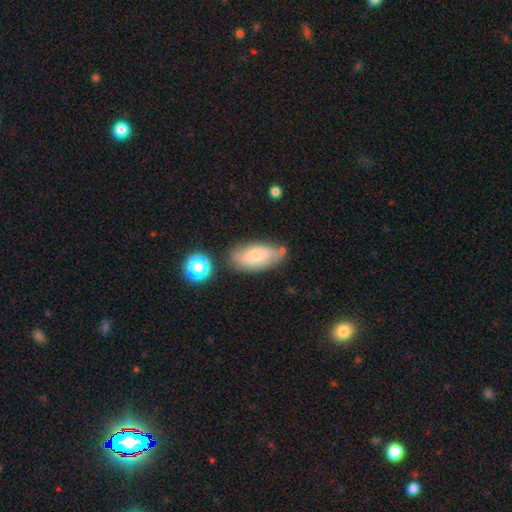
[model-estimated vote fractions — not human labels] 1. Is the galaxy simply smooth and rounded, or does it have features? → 66% smooth, 25% featured or disk, 9% star or artifact.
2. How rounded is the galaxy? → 88% in between, 8% cigar-shaped, 4% round.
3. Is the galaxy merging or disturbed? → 63% none, 22% minor disturbance, 9% merger, 6% major disturbance.